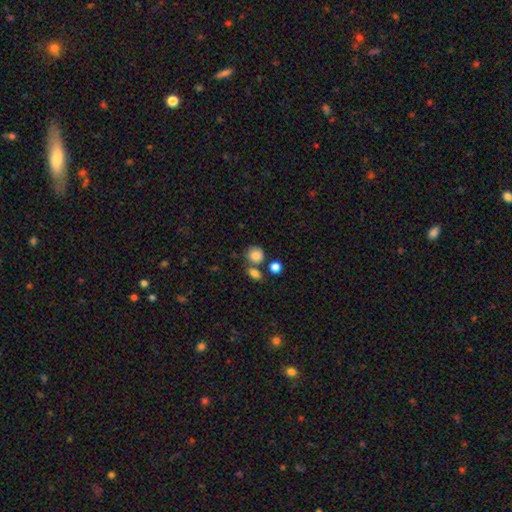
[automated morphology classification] This appears to be a smooth galaxy with no disk features (83%) that is round (84%). Merging: none (60%).